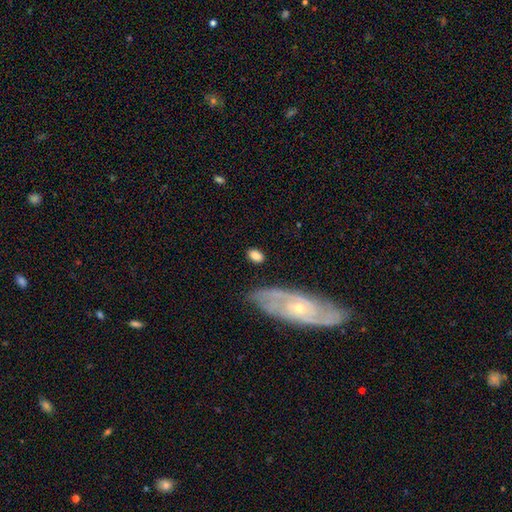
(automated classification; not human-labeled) Smooth or featured: smooth — 81% (featured or disk — 13%)
How rounded: in between — 86% (round — 11%)
Merging: none — 78% (minor disturbance — 13%)